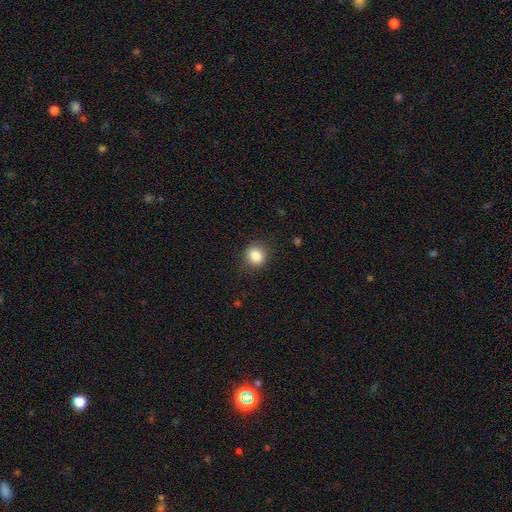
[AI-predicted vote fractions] smooth 85%, star or artifact 10%, featured or disk 5%. Down the decision tree: how rounded — round (77%); merging — none (85%).